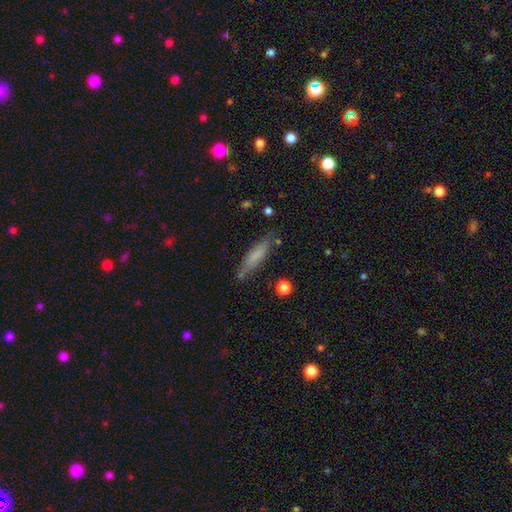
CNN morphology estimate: Smooth or featured? Predicted: smooth (p=0.70). How rounded? Predicted: cigar-shaped (p=0.79). Merging? Predicted: none (p=0.77).